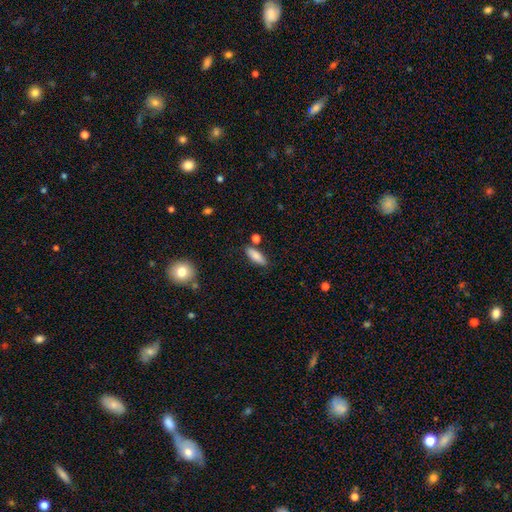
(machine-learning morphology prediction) Smooth or featured? Predicted: smooth (p=0.82). How rounded? Predicted: in between (p=0.58). Merging? Predicted: none (p=0.79).